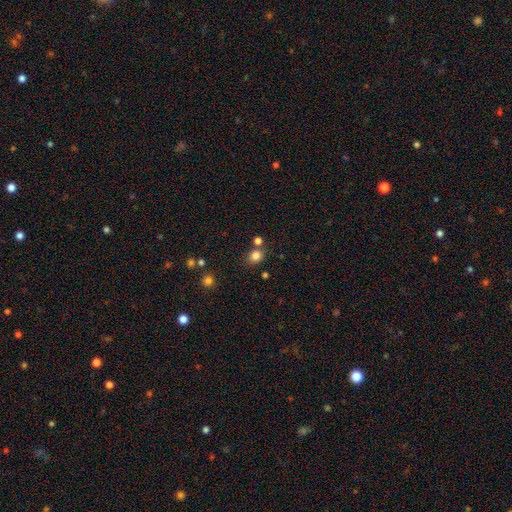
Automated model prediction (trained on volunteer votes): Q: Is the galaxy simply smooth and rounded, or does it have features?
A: smooth — 82%.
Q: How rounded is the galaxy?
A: round — 64%.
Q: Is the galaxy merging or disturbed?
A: none — 71%.